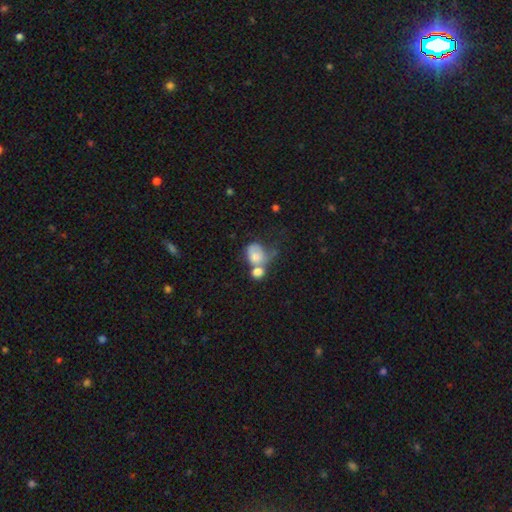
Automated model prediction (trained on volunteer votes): Smooth or featured? Predicted: smooth (p=0.70). How rounded? Predicted: in between (p=0.51). Merging? Predicted: merger (p=0.58).